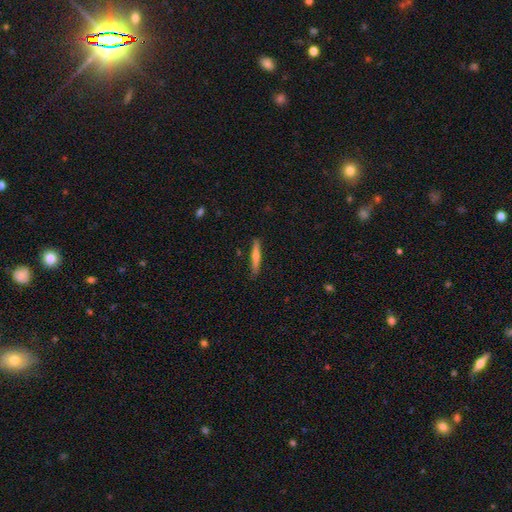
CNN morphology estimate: Smooth or featured? smooth (50%)
How rounded? cigar-shaped (93%)
Merging? none (88%)